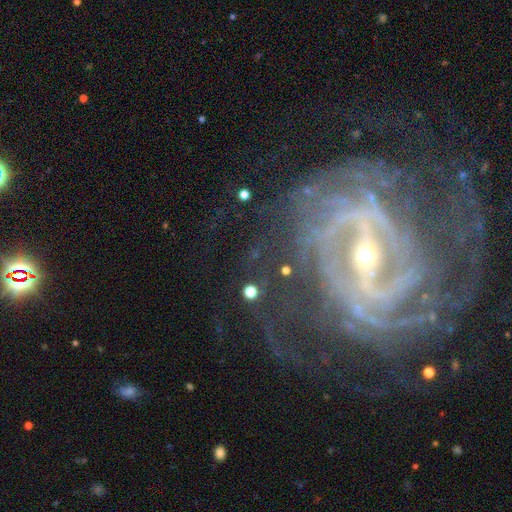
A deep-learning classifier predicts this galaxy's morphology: smooth_or_featured: featured or disk (p=0.90) [alt: star or artifact p=0.07]
disk_edge_on: no (p=0.96) [alt: yes p=0.04]
bar: strong (p=0.66) [alt: weak p=0.24]
has_spiral_arms: yes (p=0.96) [alt: no p=0.04]
spiral_winding: tight (p=0.56) [alt: medium p=0.34]
spiral_arm_count: 2 (p=0.25) [alt: can't tell p=0.24]
bulge_size: small (p=0.74) [alt: moderate p=0.23]
merging: none (p=0.60) [alt: major disturbance p=0.20]